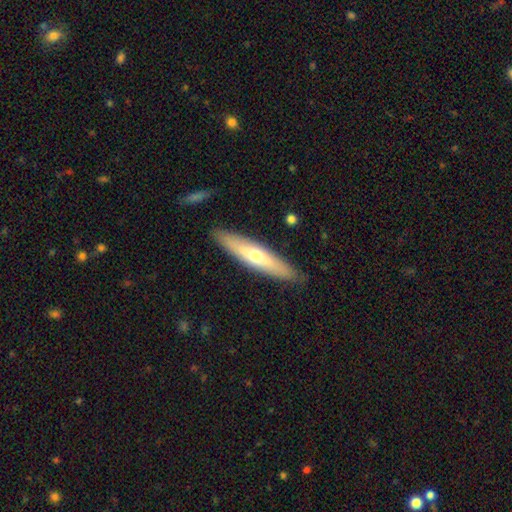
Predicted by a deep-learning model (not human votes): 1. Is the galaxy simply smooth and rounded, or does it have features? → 48% featured or disk, 47% smooth, 5% star or artifact.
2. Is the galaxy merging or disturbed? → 88% none, 9% minor disturbance, 2% major disturbance, 1% merger.